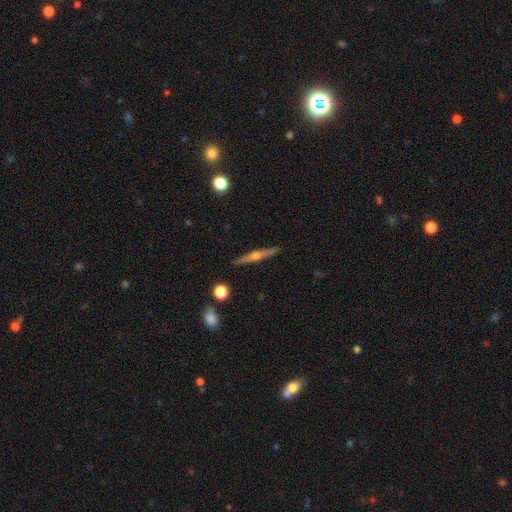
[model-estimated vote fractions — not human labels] Morphology: type=featured or disk (70%); edge-on=yes (98%); edge-on bulge=rounded (91%); merging=none (90%).